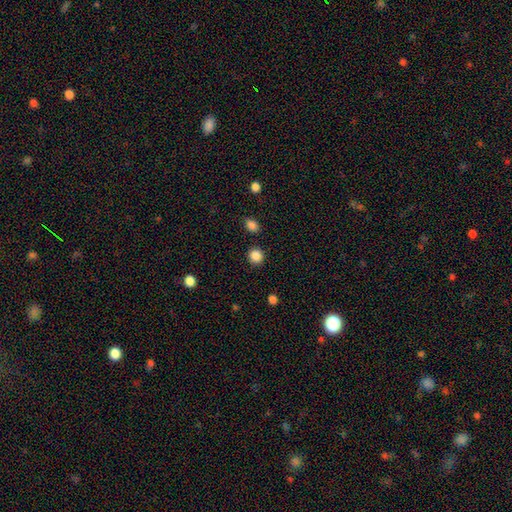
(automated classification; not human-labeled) Smooth or featured?
  - smooth: 87% *
  - star or artifact: 10%
  - featured or disk: 3%
How rounded?
  - round: 90% *
  - in between: 9%
  - cigar-shaped: 1%
Merging?
  - none: 90% *
  - minor disturbance: 6%
  - merger: 2%
  - major disturbance: 2%